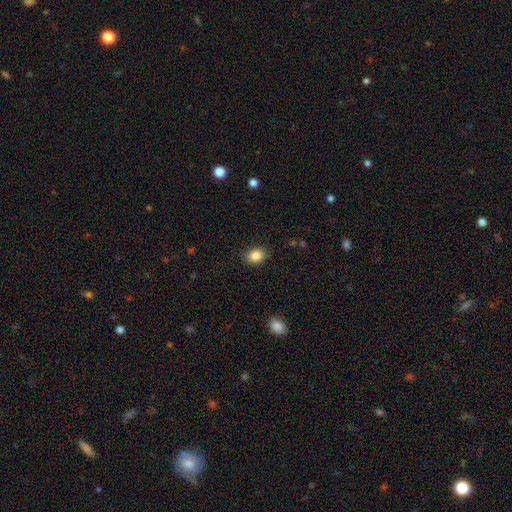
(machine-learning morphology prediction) smooth_or_featured: smooth (p=0.86) [alt: star or artifact p=0.09]
how_rounded: in between (p=0.61) [alt: round p=0.38]
merging: none (p=0.87) [alt: minor disturbance p=0.09]